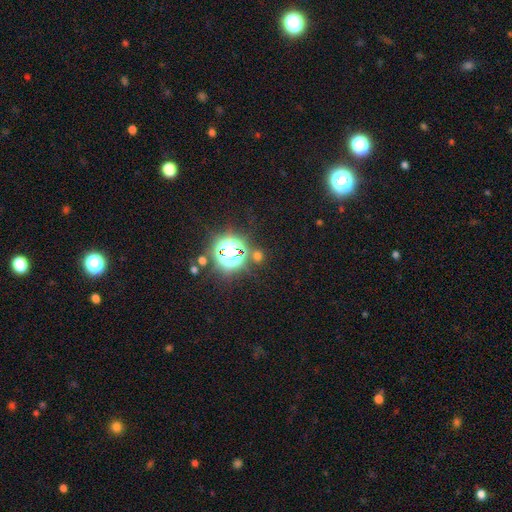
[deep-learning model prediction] Smooth or featured? star or artifact (74%)